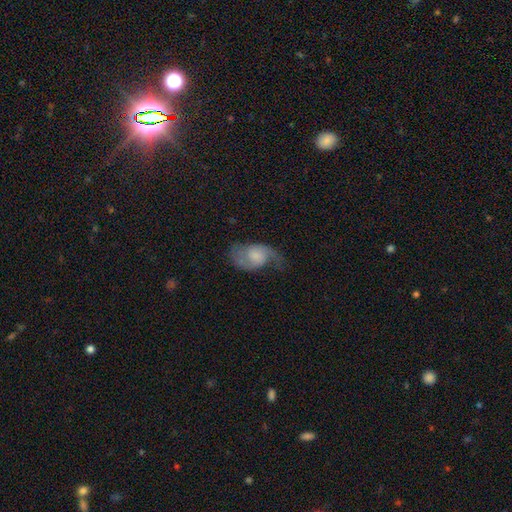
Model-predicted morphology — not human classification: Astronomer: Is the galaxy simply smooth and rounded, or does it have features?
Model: featured or disk — 66%.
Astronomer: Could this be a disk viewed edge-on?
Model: no — 96%.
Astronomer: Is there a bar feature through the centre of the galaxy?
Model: no — 59% (runner-up: weak, 35%).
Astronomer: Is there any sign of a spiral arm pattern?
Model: yes — 90%.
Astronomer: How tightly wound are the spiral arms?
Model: loose — 50% (runner-up: medium, 38%).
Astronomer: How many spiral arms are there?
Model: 2 — 80%.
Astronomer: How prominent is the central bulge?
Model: moderate — 30% (runner-up: small, 23%).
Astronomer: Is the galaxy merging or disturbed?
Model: none — 49% (runner-up: minor disturbance, 26%).